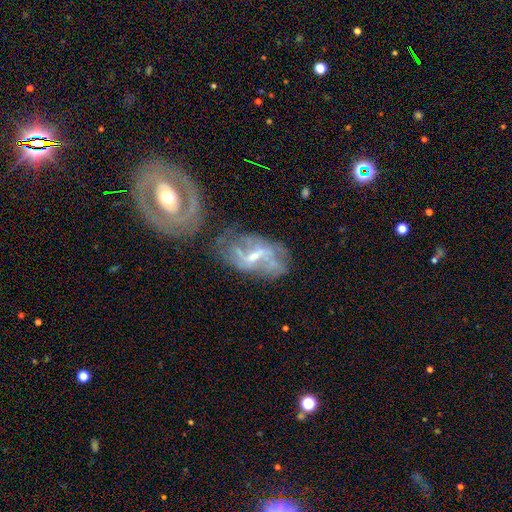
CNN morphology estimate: smooth-or-featured: featured or disk: 78% | smooth: 13% | star or artifact: 9%
  disk-edge-on: no: 94% | yes: 6%
    bar: weak: 44% | strong: 32% | no: 24%
    has-spiral-arms: yes: 77% | no: 23%
      spiral-winding: loose: 42% | medium: 37% | tight: 21%
      spiral-arm-count: 2: 51% | can't tell: 29% | 3: 8% | 1: 5% | 4: 3% | more than 4: 3%
    bulge-size: small: 57% | moderate: 33% | none: 7% | large: 2% | dominant: 1%
  merging: none: 45% | minor disturbance: 21% | major disturbance: 18% | merger: 16%